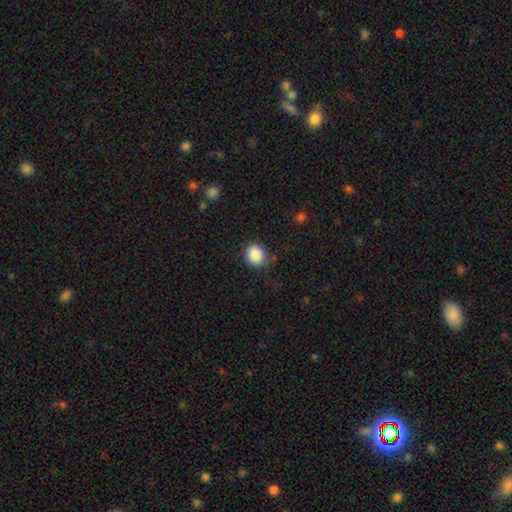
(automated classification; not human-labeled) Smooth or featured? smooth (88%)
How rounded? round (82%)
Merging? none (81%)